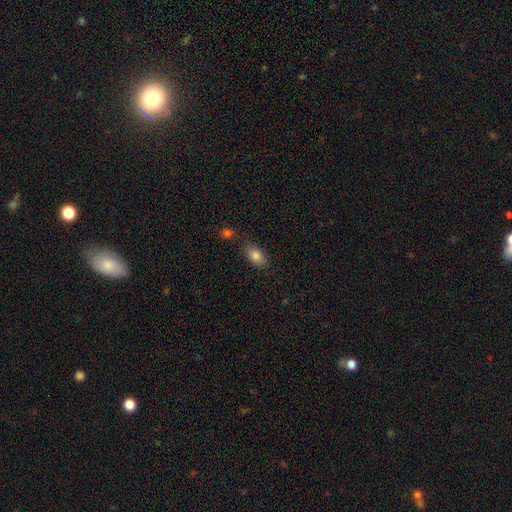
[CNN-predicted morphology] This is clearly a smooth galaxy (83%). How rounded: clearly in between (89%). Merging: likely none (75%).